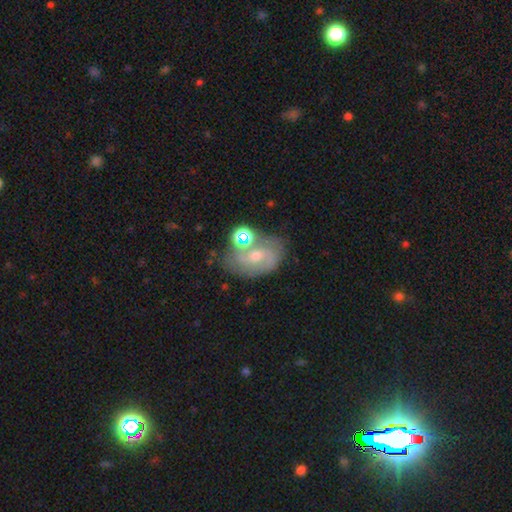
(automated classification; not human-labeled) Morphology: type=featured or disk (71%); edge-on=no (97%); bar=no (48%); spiral arms=yes (87%); winding=medium (47%); arm count=2 (71%); bulge=moderate (48%); merging=none (49%).